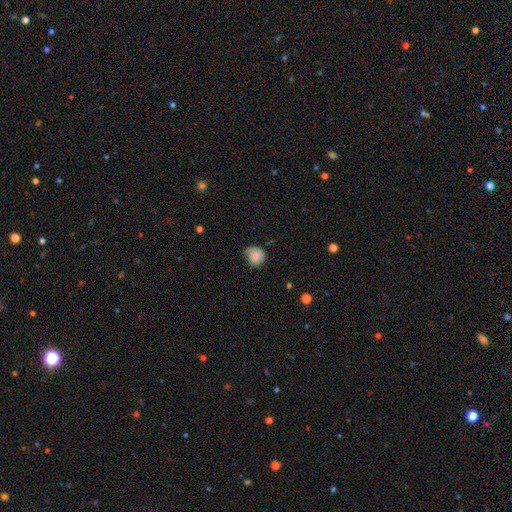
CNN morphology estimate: smooth-or-featured: smooth: 74% | featured or disk: 18% | star or artifact: 8%
  how-rounded: round: 70% | in between: 29% | cigar-shaped: 1%
  merging: none: 45% | minor disturbance: 38% | major disturbance: 15% | merger: 2%